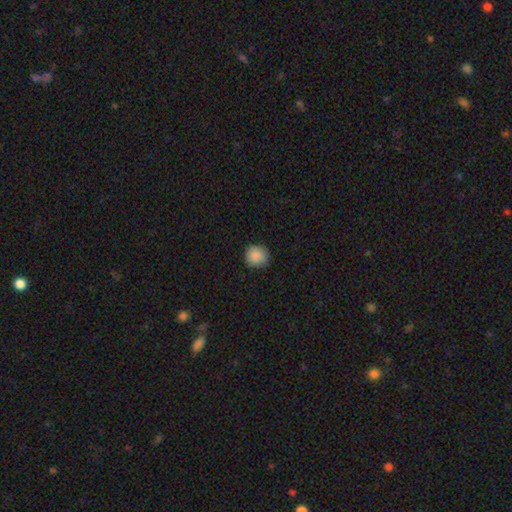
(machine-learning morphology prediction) A smooth galaxy with no disk features (88%) that is round (89%). Merging: none (87%).